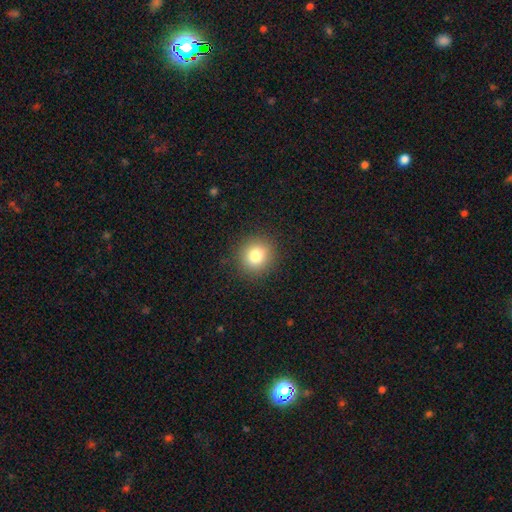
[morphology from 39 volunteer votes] Smooth or featured? smooth (87%)
How rounded? round (97%)
Merging? none (87%)